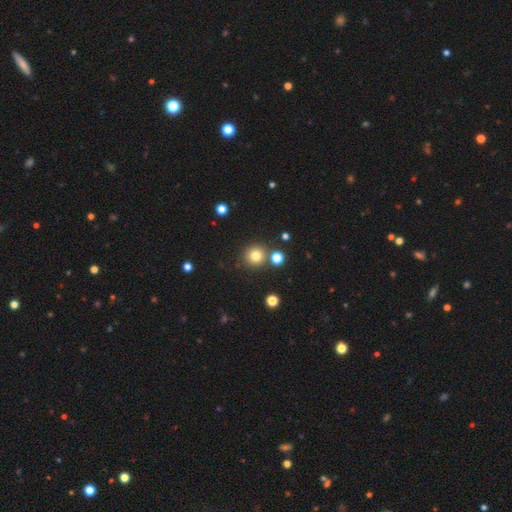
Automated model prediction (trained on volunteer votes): Smooth or featured? Predicted: smooth (p=0.79). How rounded? Predicted: round (p=0.93). Merging? Predicted: none (p=0.82).